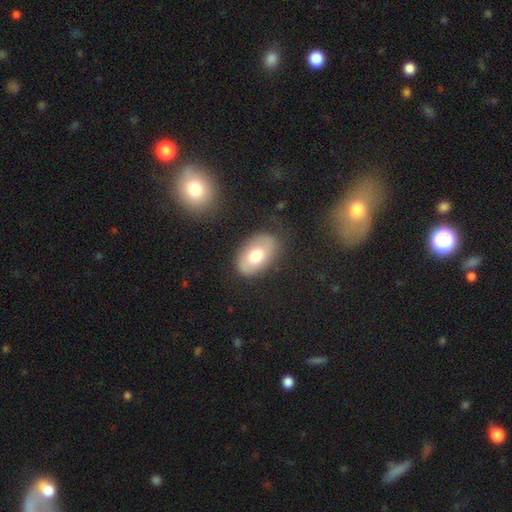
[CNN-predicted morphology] This appears to be a smooth galaxy with no disk features (67%) that is in between round and cigar-shaped (89%). Merging: none (78%).